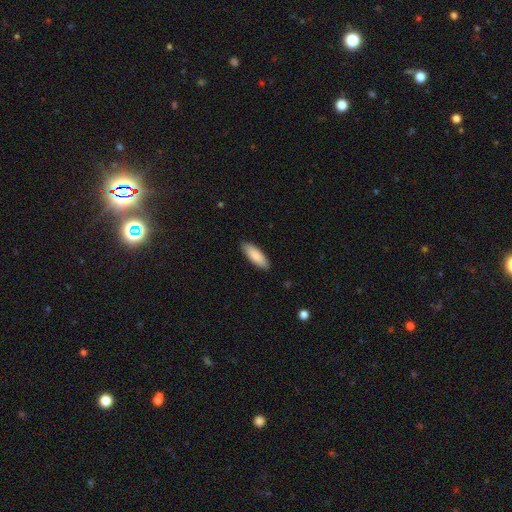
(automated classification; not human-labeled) Morphology: type=smooth (87%); roundness=in between (61%); merging=none (89%).